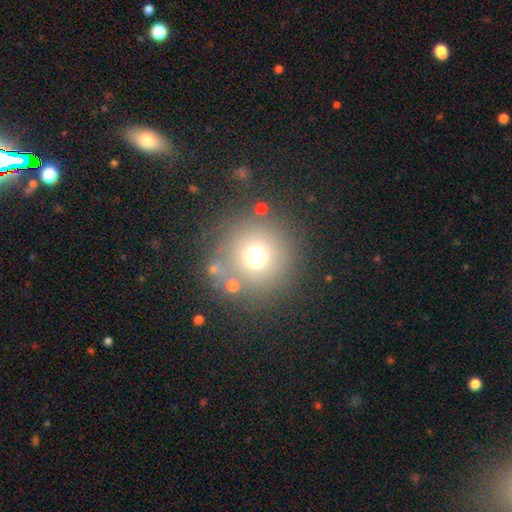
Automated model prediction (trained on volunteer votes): Smooth or featured? smooth (68%)
How rounded? round (95%)
Merging? none (79%)